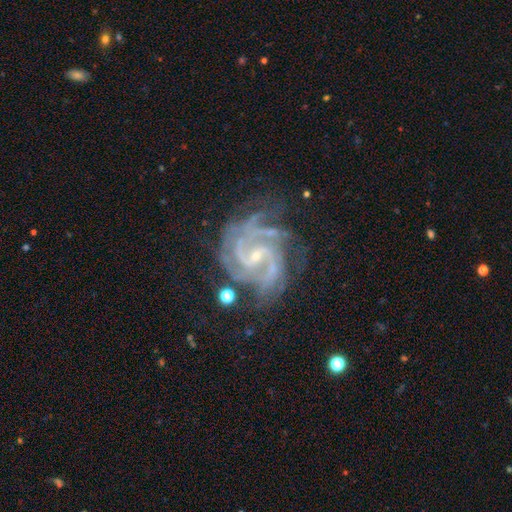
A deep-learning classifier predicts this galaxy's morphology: featured or disk 92%, star or artifact 6%, smooth 3%. Down the decision tree: edge-on disk — no (98%); bar — weak (46%); spiral arms — yes (98%); spiral arm count — 3 (29%); spiral winding — tight (50%); bulge size — small (80%); merging — none (63%).